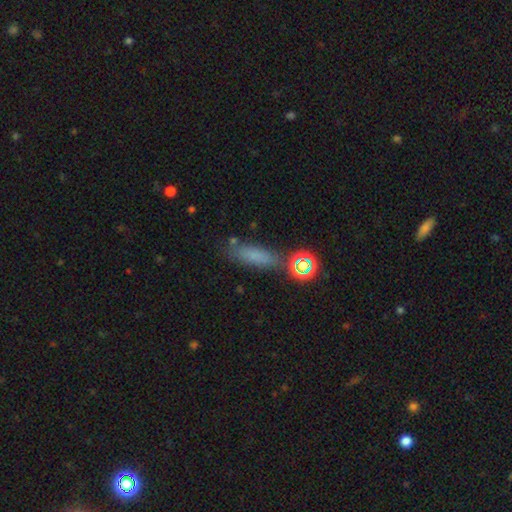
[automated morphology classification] Overall: smooth (69%). How rounded: cigar-shaped (51%; in between 43%). Merging: none (70%).